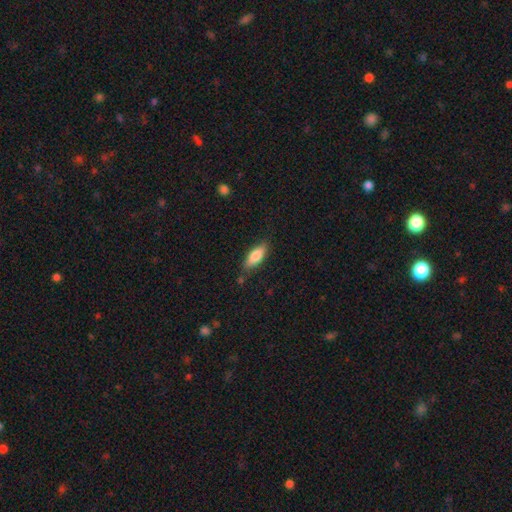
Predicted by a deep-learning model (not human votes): Smooth or featured: smooth — 79% (featured or disk — 14%)
How rounded: in between — 69% (cigar-shaped — 29%)
Merging: none — 78% (minor disturbance — 16%)